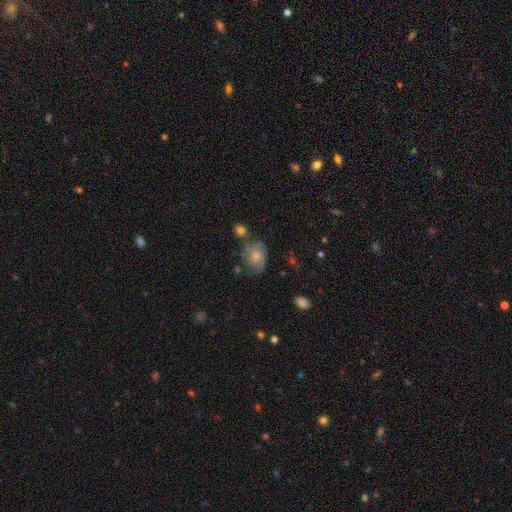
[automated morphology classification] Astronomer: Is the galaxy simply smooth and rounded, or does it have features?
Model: featured or disk — 49% (runner-up: smooth, 42%).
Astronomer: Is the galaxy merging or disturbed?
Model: none — 53%.